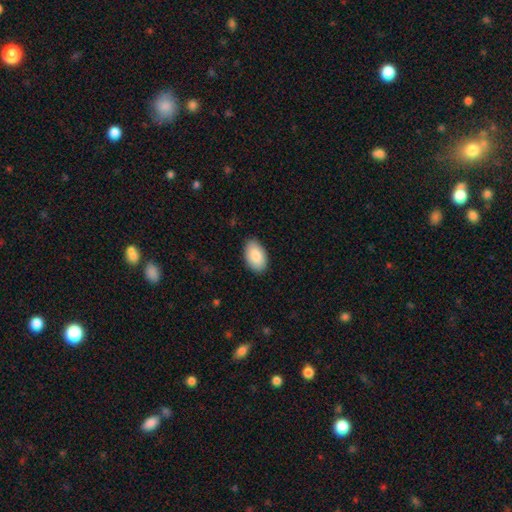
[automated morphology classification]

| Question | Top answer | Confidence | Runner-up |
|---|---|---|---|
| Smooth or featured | smooth | 89% | star or artifact (6%) |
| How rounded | in between | 95% | round (4%) |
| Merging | none | 87% | minor disturbance (10%) |